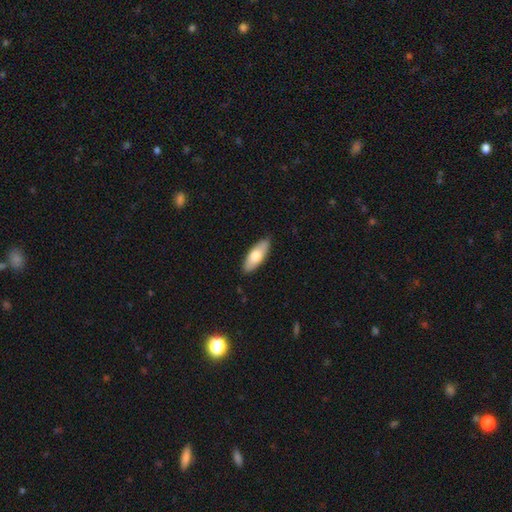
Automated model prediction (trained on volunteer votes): The model was most divided on "smooth or featured": smooth: 69%, featured or disk: 26%, star or artifact: 5%. More confident: merging — none (87%); how rounded — in between (73%).